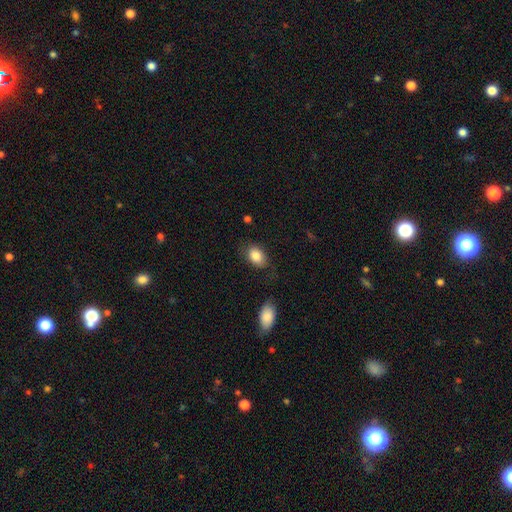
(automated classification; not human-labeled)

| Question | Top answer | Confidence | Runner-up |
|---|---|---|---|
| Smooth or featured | smooth | 85% | star or artifact (7%) |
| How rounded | in between | 83% | round (15%) |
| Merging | none | 73% | minor disturbance (18%) |